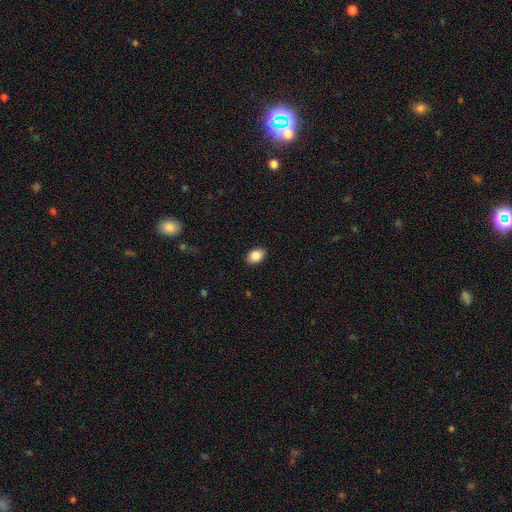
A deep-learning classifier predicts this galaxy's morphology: smooth_or_featured: smooth (p=0.87) [alt: star or artifact p=0.08]
how_rounded: in between (p=0.82) [alt: round p=0.17]
merging: none (p=0.89) [alt: minor disturbance p=0.08]